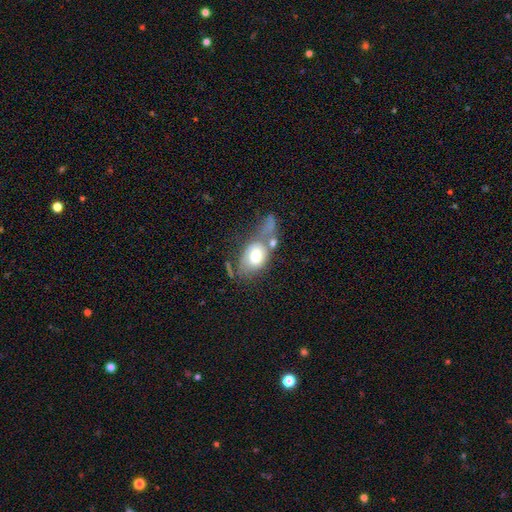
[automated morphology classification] Smooth or featured? Predicted: smooth (p=0.67). How rounded? Predicted: in between (p=0.72). Merging? Predicted: none (p=0.32).